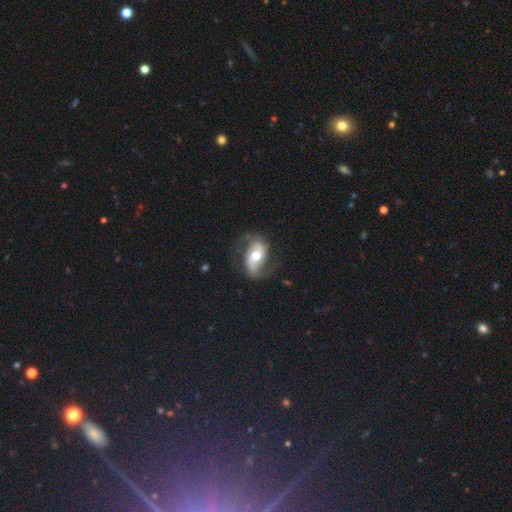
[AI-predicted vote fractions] A featured or disk galaxy (71%) with no bar (42%), 2 (88%) loose (52%) spiral arms (87%) and a moderate central bulge (72%).

Vote fractions:
- Smooth or featured? featured or disk: 71% / smooth: 23% / star or artifact: 6%
- Edge-on disk? no: 95% / yes: 5%
- Bar? no: 42% / weak: 33% / strong: 25%
- Spiral arms? yes: 87% / no: 13%
- Spiral winding? loose: 52% / medium: 36% / tight: 12%
- Spiral arm count? 2: 88% / 1: 5% / can't tell: 5% / 3: 1% / 4: 1% / more than 4: 1%
- Bulge size? moderate: 72% / large: 14% / small: 11% / dominant: 1% / none: 1%
- Merging? none: 67% / minor disturbance: 19% / major disturbance: 12% / merger: 1%